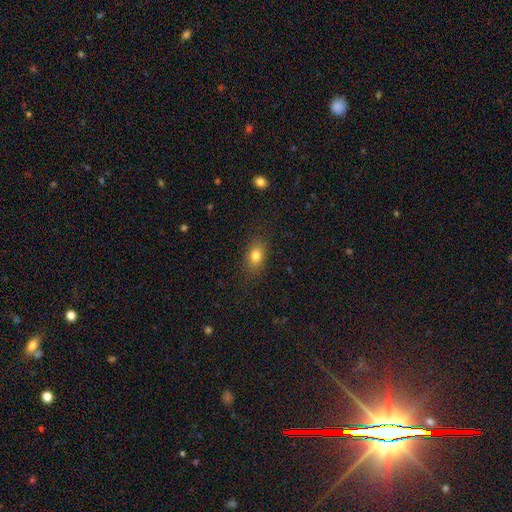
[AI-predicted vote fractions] smooth 80%, star or artifact 10%, featured or disk 9%. Down the decision tree: how rounded — in between (77%); merging — none (85%).